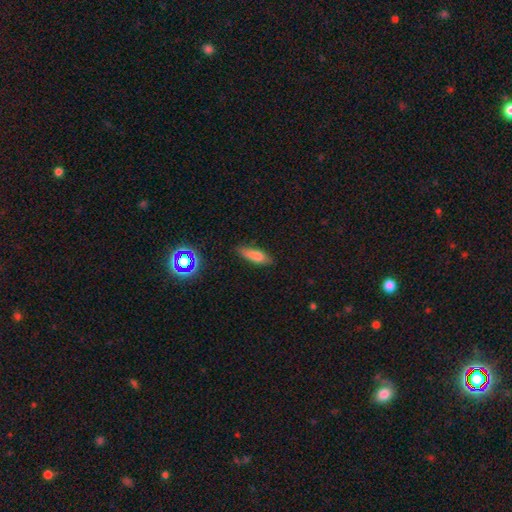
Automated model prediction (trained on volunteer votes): This is likely a smooth galaxy (77%). How rounded: possibly in between (52%). Merging: likely none (73%).